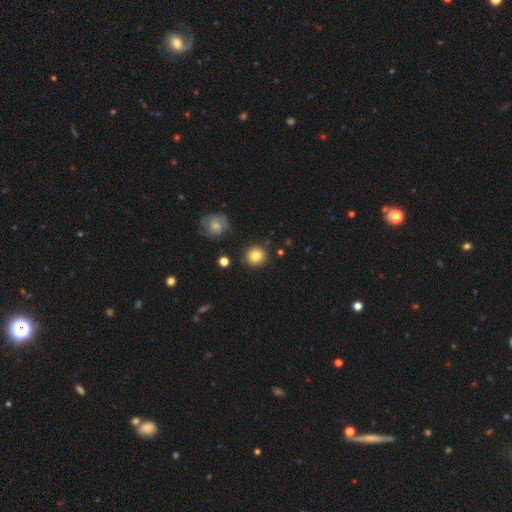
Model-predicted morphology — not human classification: The model was most divided on "smooth or featured": smooth: 83%, star or artifact: 9%, featured or disk: 8%. More confident: how rounded — round (93%); merging — none (88%).